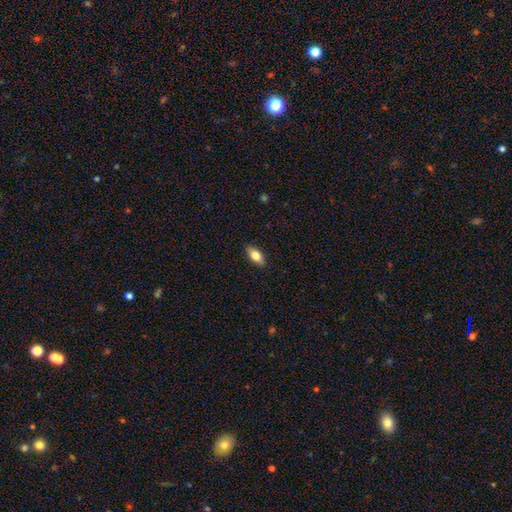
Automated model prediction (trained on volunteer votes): Smooth or featured? Predicted: smooth (p=0.77). How rounded? Predicted: in between (p=0.84). Merging? Predicted: none (p=0.88).